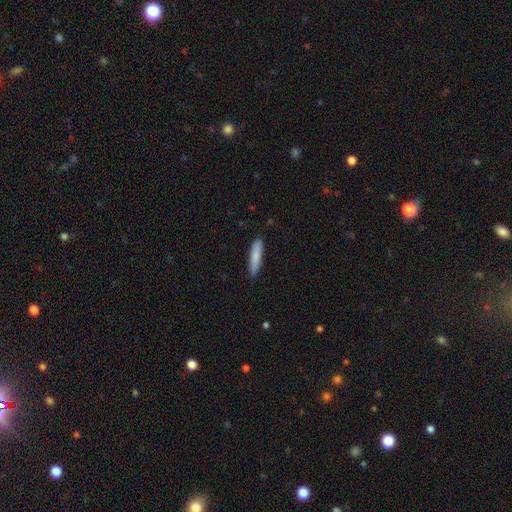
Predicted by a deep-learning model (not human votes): A smooth galaxy with no disk features (83%) that is cigar-shaped (84%).

Vote fractions:
- Smooth or featured? smooth: 83% / featured or disk: 11% / star or artifact: 6%
- How rounded? cigar-shaped: 84% / in between: 14% / round: 1%
- Merging? none: 88% / minor disturbance: 9% / major disturbance: 2% / merger: 1%